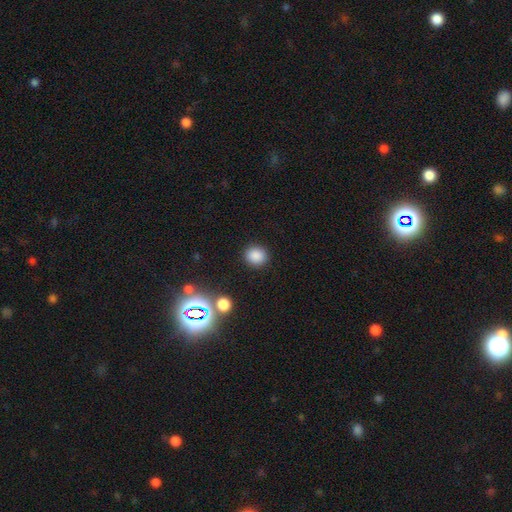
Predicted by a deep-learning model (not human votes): This appears to be a smooth galaxy with no disk features (84%) that is round (78%). Merging: none (89%).